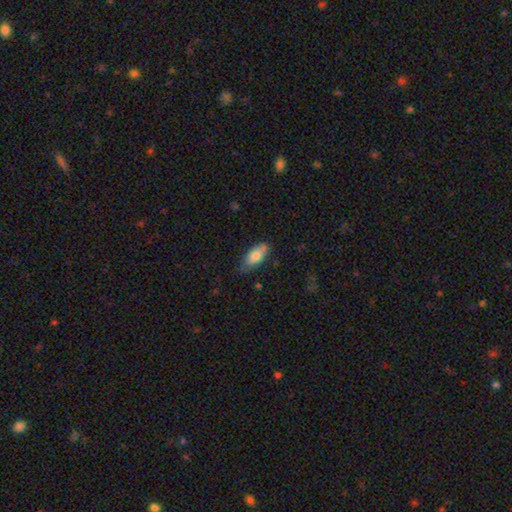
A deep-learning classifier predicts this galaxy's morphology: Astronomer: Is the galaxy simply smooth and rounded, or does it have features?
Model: smooth — 75%.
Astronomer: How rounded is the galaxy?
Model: in between — 86%.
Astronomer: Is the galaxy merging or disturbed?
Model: none — 64%.